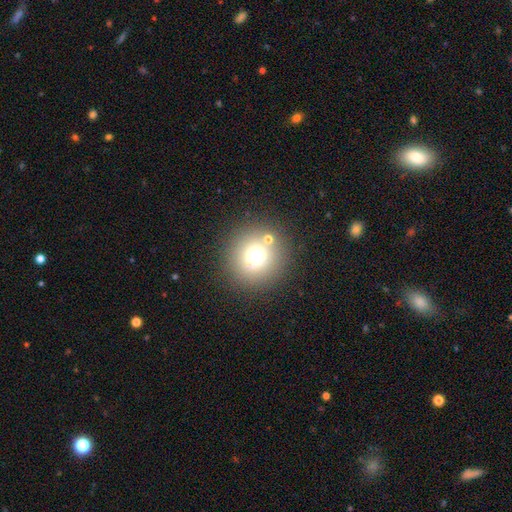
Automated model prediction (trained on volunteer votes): Q: Smooth or featured?
A: smooth (68%); runner-up: star or artifact (19%)
Q: How rounded?
A: round (92%); runner-up: in between (7%)
Q: Merging?
A: none (78%); runner-up: merger (10%)